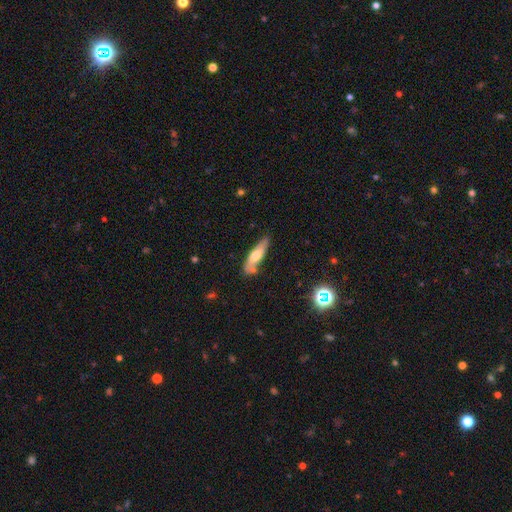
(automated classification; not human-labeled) Q: Smooth or featured?
A: smooth (56%); runner-up: featured or disk (37%)
Q: How rounded?
A: cigar-shaped (67%); runner-up: in between (31%)
Q: Merging?
A: none (69%); runner-up: minor disturbance (19%)